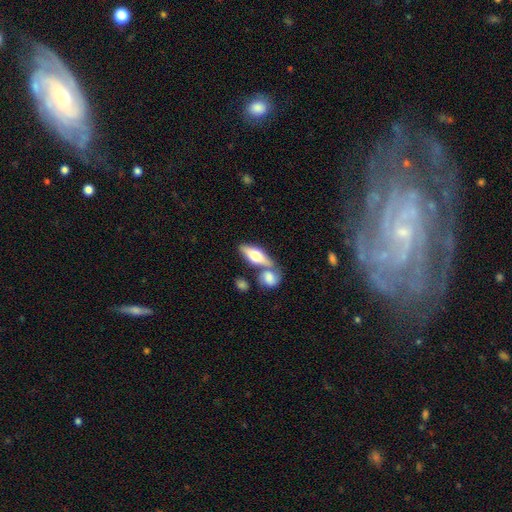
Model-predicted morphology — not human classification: smooth-or-featured: smooth: 56% | featured or disk: 39% | star or artifact: 6%
  how-rounded: in between: 67% | cigar-shaped: 28% | round: 5%
  merging: none: 49% | merger: 36% | minor disturbance: 11% | major disturbance: 4%